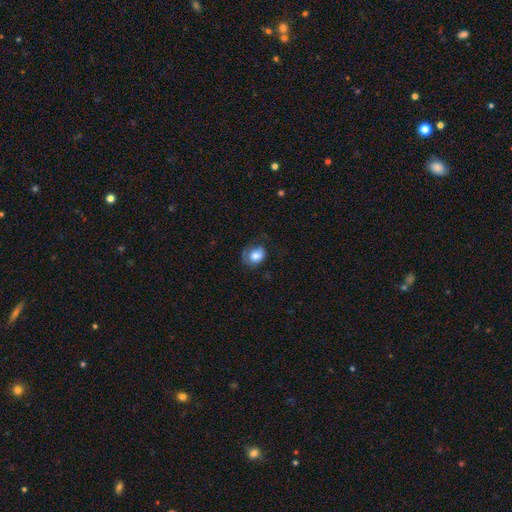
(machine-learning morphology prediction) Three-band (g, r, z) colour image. It shows a smooth galaxy with no disk features (70%) that is in between round and cigar-shaped (54%). Merging: none (47%).